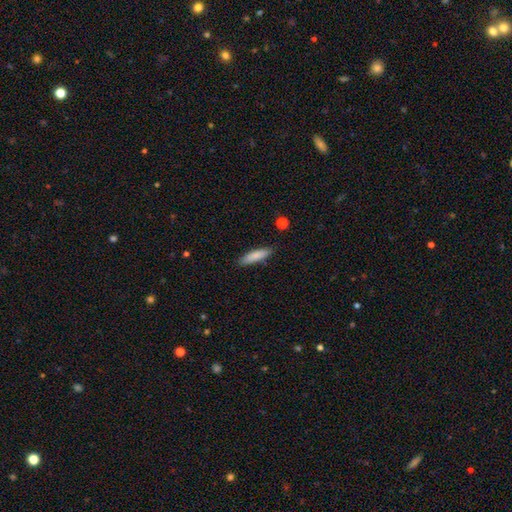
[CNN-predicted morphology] type=smooth (84%); roundness=cigar-shaped (69%); merging=none (87%).